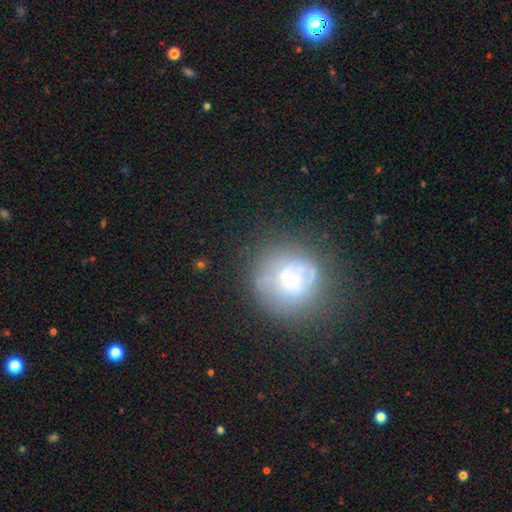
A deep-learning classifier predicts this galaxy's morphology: Smooth or featured? smooth (48%)
Merging? none (80%)